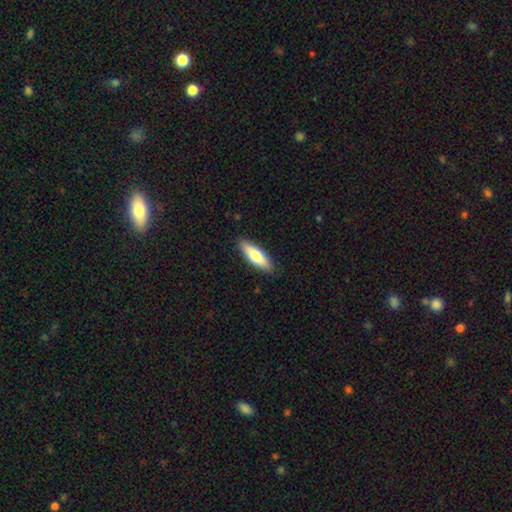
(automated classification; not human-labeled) Smooth or featured? Predicted: smooth (p=0.72). How rounded? Predicted: in between (p=0.50). Merging? Predicted: none (p=0.88).